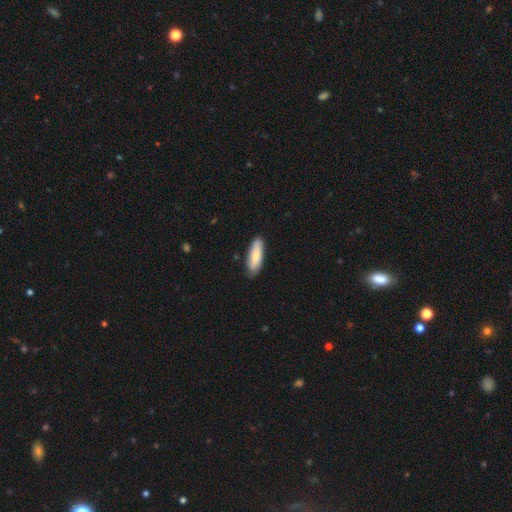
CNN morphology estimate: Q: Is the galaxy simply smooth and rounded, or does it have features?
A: smooth — 78%.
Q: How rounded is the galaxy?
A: in between — 52%.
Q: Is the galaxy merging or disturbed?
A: none — 83%.